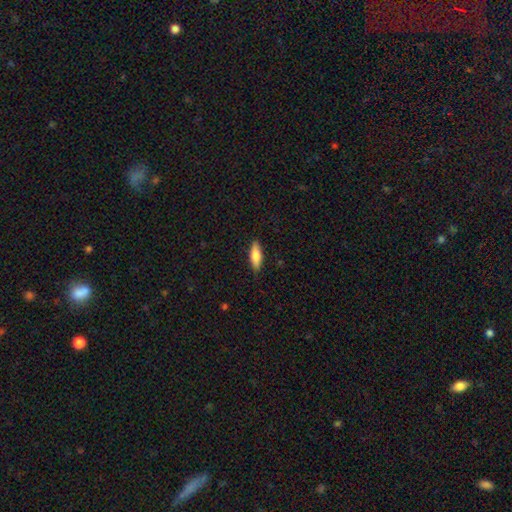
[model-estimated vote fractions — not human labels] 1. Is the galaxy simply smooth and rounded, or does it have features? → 78% smooth, 16% featured or disk, 6% star or artifact.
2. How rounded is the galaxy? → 56% in between, 42% cigar-shaped, 2% round.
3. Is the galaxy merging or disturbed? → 86% none, 10% minor disturbance, 2% major disturbance, 1% merger.